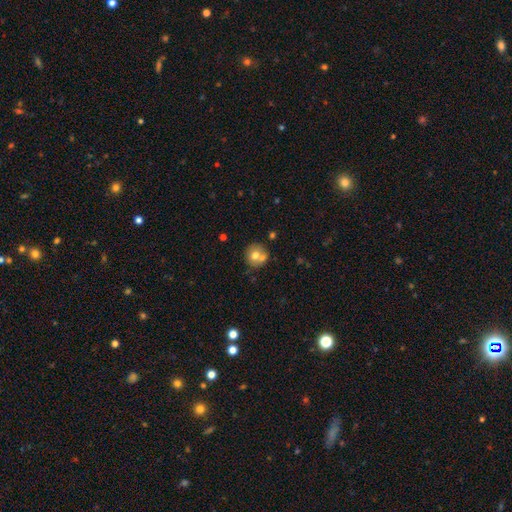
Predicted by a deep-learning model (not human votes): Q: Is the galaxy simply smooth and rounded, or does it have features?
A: smooth — 70%.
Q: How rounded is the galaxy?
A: round — 89%.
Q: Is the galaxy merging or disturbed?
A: none — 58%.